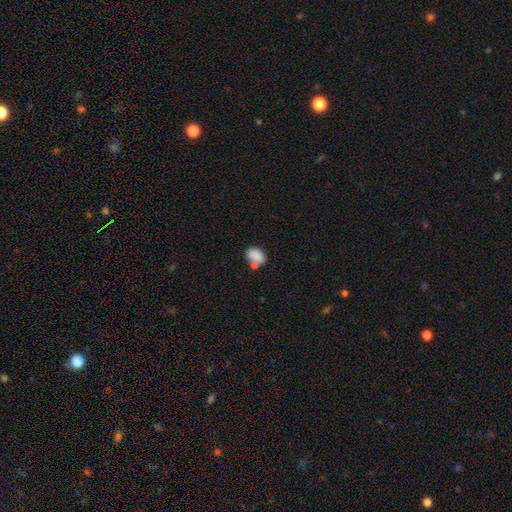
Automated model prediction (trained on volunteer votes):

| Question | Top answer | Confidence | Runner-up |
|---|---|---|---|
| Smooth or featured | smooth | 85% | star or artifact (9%) |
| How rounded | in between | 82% | round (16%) |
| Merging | none | 55% | merger (24%) |